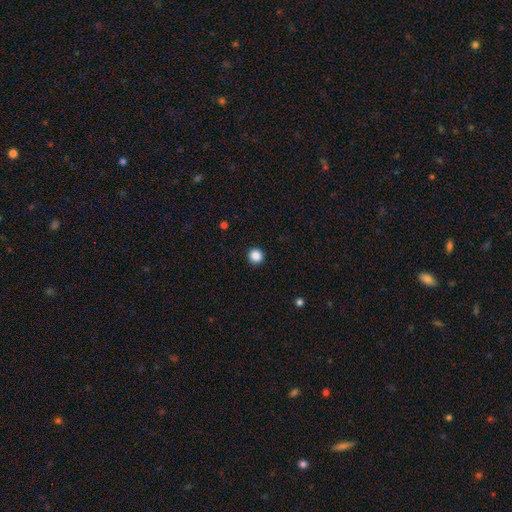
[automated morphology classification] smooth-or-featured: smooth: 87% | star or artifact: 10% | featured or disk: 2%
  how-rounded: round: 94% | in between: 5% | cigar-shaped: 1%
  merging: none: 93% | minor disturbance: 4% | major disturbance: 2% | merger: 1%